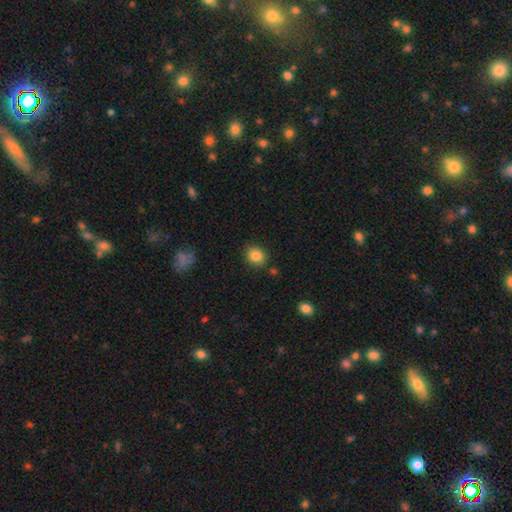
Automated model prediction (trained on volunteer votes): Smooth or featured? smooth (86%)
How rounded? round (63%)
Merging? none (85%)